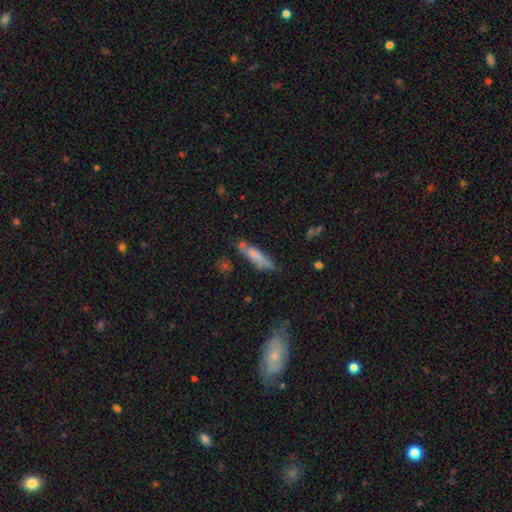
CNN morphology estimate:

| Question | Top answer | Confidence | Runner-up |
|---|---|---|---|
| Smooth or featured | smooth | 67% | featured or disk (25%) |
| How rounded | cigar-shaped | 78% | in between (20%) |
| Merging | none | 57% | minor disturbance (24%) |